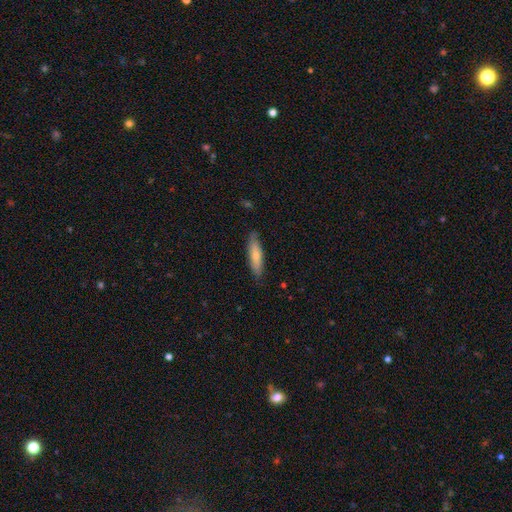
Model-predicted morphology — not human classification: This is likely a smooth galaxy (70%). How rounded: likely cigar-shaped (69%). Merging: clearly none (80%).